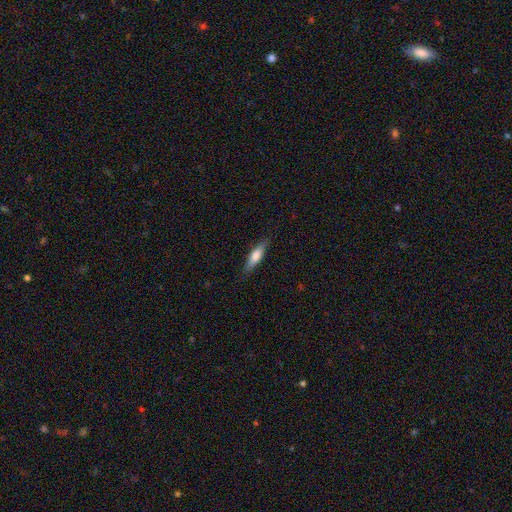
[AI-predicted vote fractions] This appears to be a smooth galaxy with no disk features (64%) that is cigar-shaped (67%). Merging: none (85%).